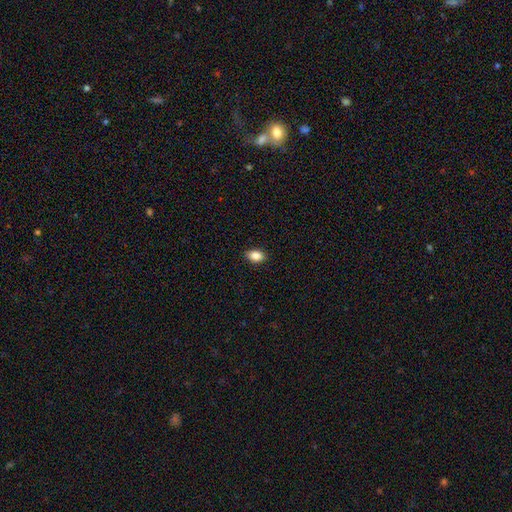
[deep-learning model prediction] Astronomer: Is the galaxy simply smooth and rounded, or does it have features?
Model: smooth — 86%.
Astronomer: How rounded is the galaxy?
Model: in between — 85%.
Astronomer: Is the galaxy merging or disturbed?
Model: none — 90%.